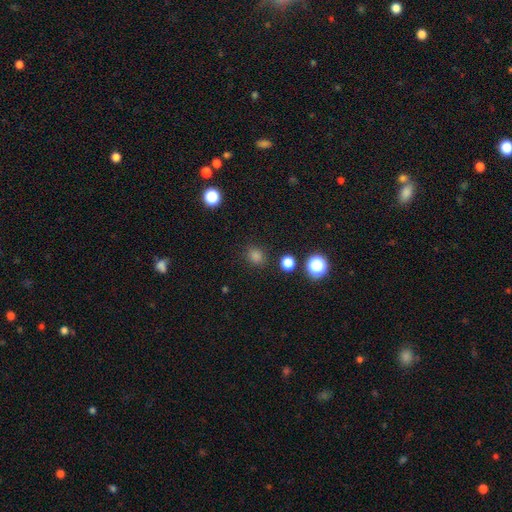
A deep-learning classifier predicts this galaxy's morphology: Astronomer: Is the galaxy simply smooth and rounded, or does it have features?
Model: smooth — 76%.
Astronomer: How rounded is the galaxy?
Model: round — 75%.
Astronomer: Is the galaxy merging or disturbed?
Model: none — 86%.